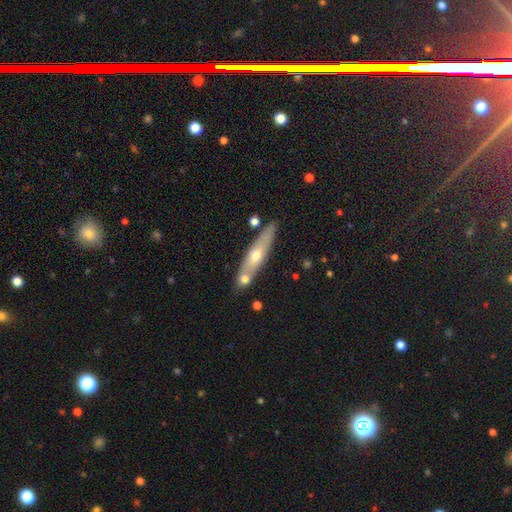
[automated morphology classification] Smooth or featured? featured or disk (47%, tied with smooth)
Merging? none (76%)